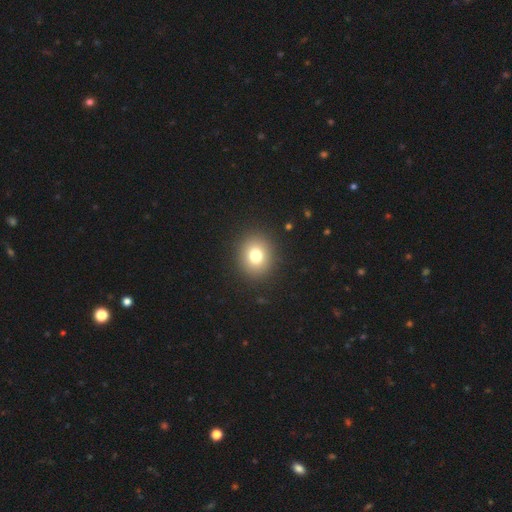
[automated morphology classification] Smooth or featured: smooth — 78% (star or artifact — 12%)
How rounded: round — 76% (in between — 23%)
Merging: none — 91% (minor disturbance — 6%)